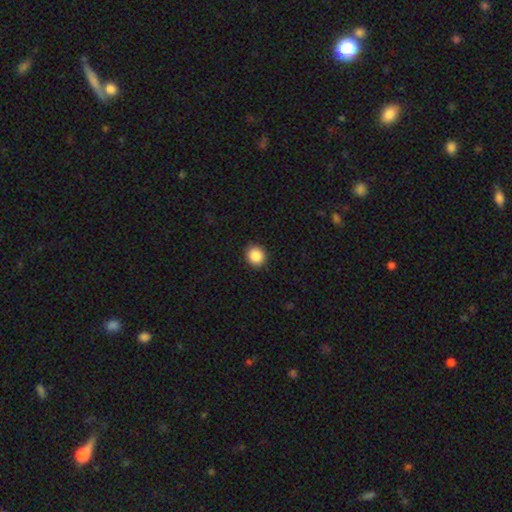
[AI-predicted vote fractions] smooth_or_featured: smooth (p=0.87) [alt: star or artifact p=0.09]
how_rounded: round (p=0.86) [alt: in between p=0.13]
merging: none (p=0.91) [alt: minor disturbance p=0.06]